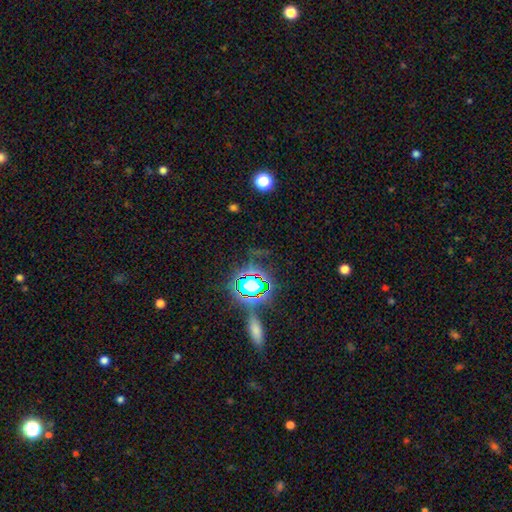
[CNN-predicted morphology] type=star or artifact (79%).